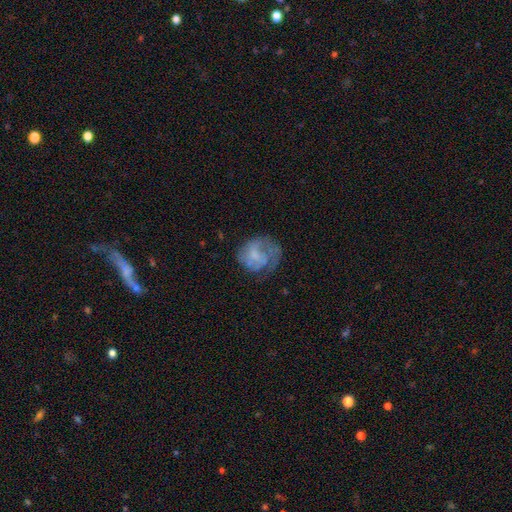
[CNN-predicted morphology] smooth-or-featured: featured or disk: 52% | smooth: 39% | star or artifact: 9%
  disk-edge-on: no: 98% | yes: 2%
    bar: no: 67% | weak: 28% | strong: 5%
    has-spiral-arms: yes: 64% | no: 36%
    bulge-size: none: 46% | small: 24% | moderate: 21% | large: 7% | dominant: 2%
  merging: none: 41% | major disturbance: 33% | minor disturbance: 24% | merger: 2%